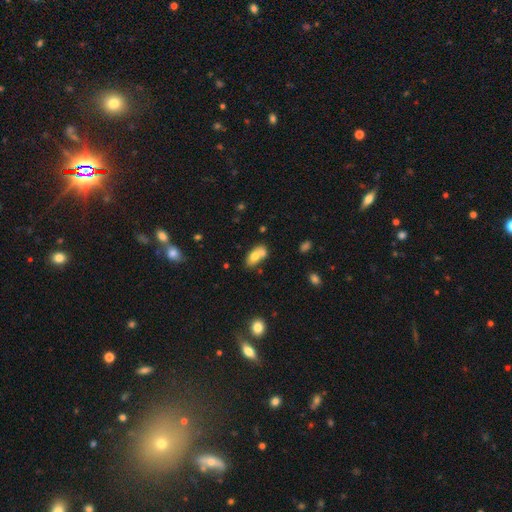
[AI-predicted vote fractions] This appears to be a smooth galaxy with no disk features (70%) that is in between round and cigar-shaped (83%). Merging: merger (54%).